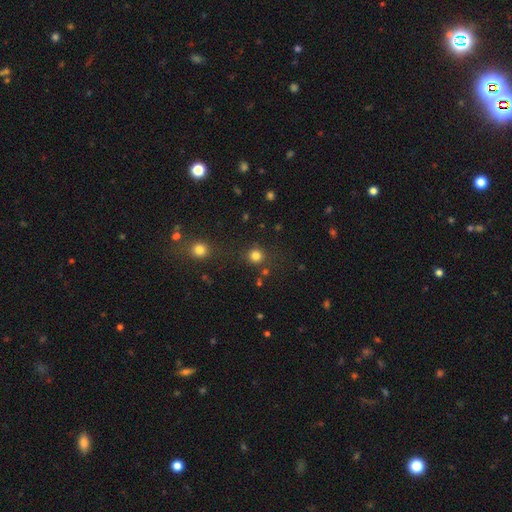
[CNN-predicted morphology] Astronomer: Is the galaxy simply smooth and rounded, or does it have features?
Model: smooth — 80%.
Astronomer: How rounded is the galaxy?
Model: round — 92%.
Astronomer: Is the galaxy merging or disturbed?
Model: none — 82%.